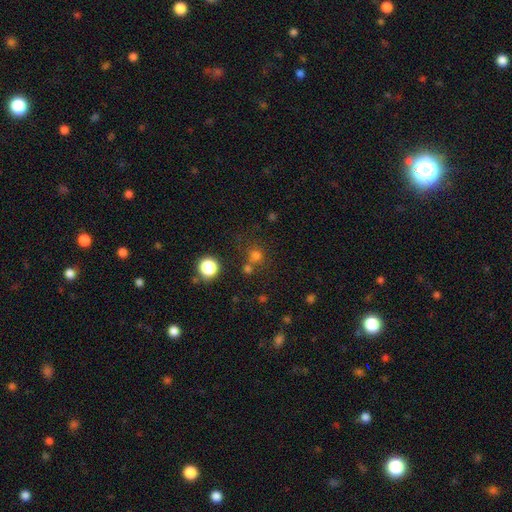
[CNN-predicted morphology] Smooth or featured? Predicted: smooth (p=0.69). How rounded? Predicted: round (p=0.89). Merging? Predicted: none (p=0.64).